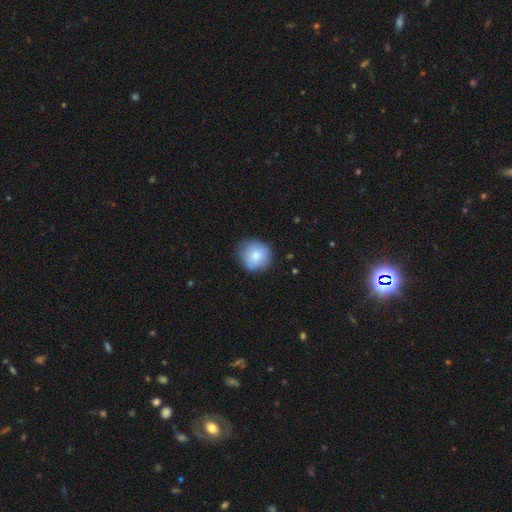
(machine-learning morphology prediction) smooth-or-featured: smooth: 81% | featured or disk: 12% | star or artifact: 7%
  how-rounded: round: 92% | in between: 7% | cigar-shaped: 1%
  merging: none: 77% | minor disturbance: 18% | major disturbance: 3% | merger: 1%